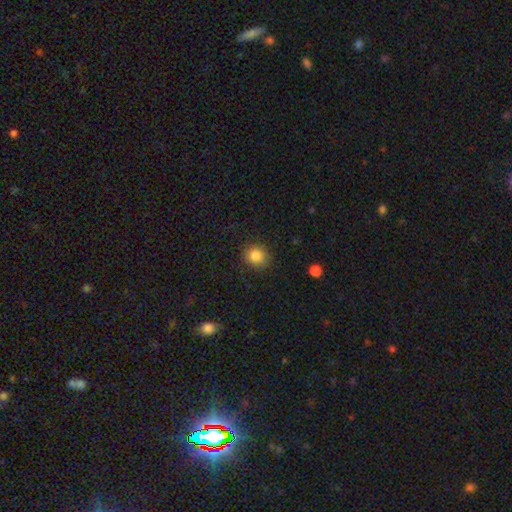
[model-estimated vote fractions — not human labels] The model was most divided on "smooth or featured": smooth: 85%, star or artifact: 10%, featured or disk: 5%. More confident: how rounded — round (88%); merging — none (87%).